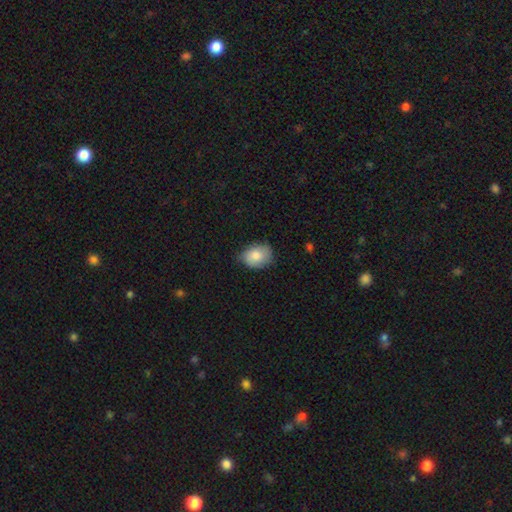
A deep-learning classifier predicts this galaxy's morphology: smooth-or-featured: smooth: 79% | featured or disk: 14% | star or artifact: 7%
  how-rounded: in between: 62% | round: 37% | cigar-shaped: 1%
  merging: none: 69% | minor disturbance: 26% | major disturbance: 4% | merger: 1%